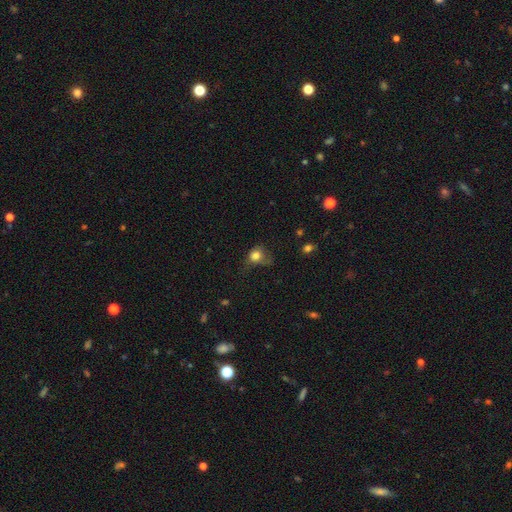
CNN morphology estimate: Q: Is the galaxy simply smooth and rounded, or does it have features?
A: smooth — 77%.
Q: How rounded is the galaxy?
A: round — 66%.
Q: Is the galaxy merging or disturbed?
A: none — 33%.